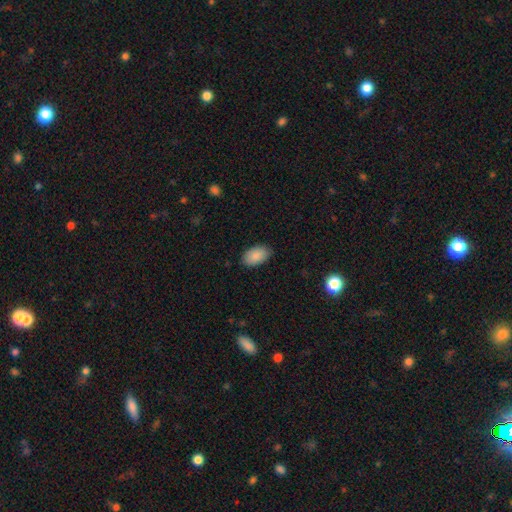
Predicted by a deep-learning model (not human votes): The model was most divided on "merging": none: 86%, minor disturbance: 11%, major disturbance: 2%, merger: 1%. More confident: how rounded — in between (93%); smooth or featured — smooth (88%).